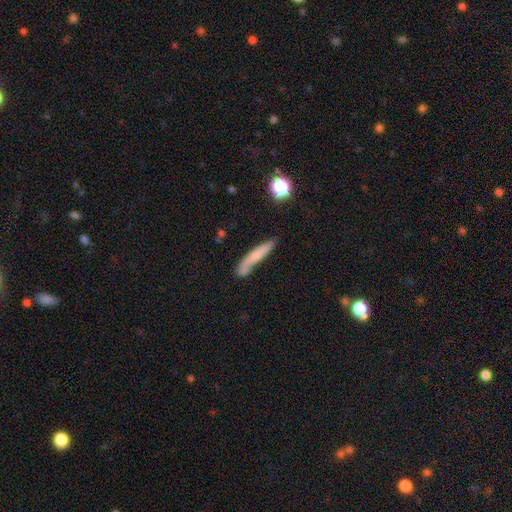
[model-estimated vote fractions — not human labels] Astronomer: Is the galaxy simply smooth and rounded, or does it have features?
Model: smooth — 65%.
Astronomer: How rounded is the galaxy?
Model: cigar-shaped — 90%.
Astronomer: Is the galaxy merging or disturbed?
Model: none — 61%.